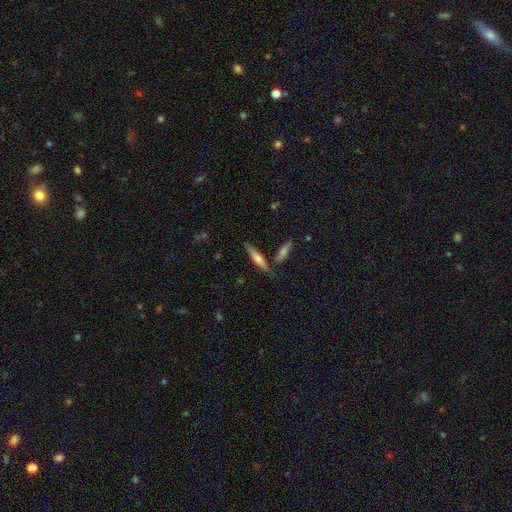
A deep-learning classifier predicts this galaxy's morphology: Smooth or featured? Predicted: featured or disk (p=0.50). Merging? Predicted: none (p=0.74).